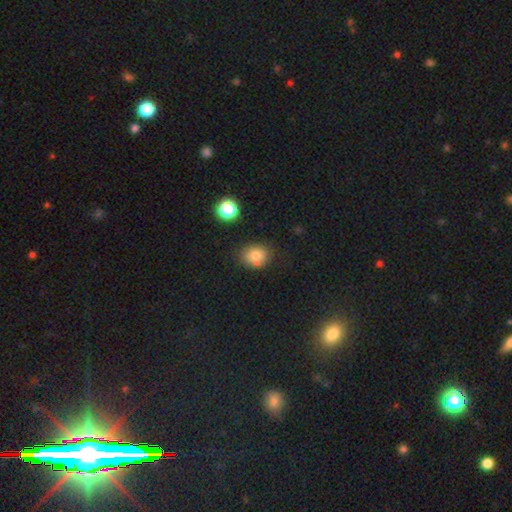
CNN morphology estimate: Overall: smooth (77%). How rounded: round (59%; in between 40%). Merging: none (70%).